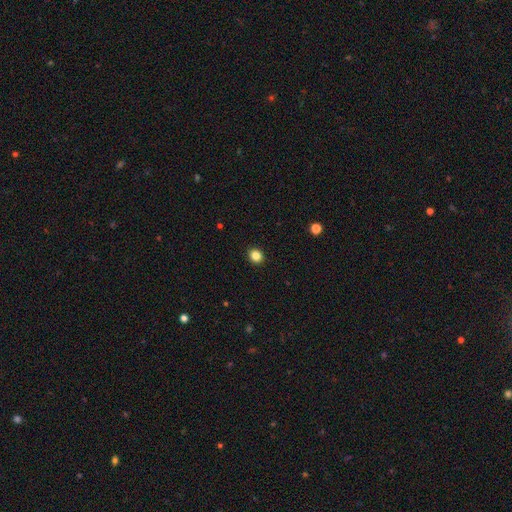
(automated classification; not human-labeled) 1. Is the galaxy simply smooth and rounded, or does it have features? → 84% smooth, 11% star or artifact, 4% featured or disk.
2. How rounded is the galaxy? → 81% round, 18% in between, 1% cigar-shaped.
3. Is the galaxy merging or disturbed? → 93% none, 5% minor disturbance, 2% major disturbance, 1% merger.